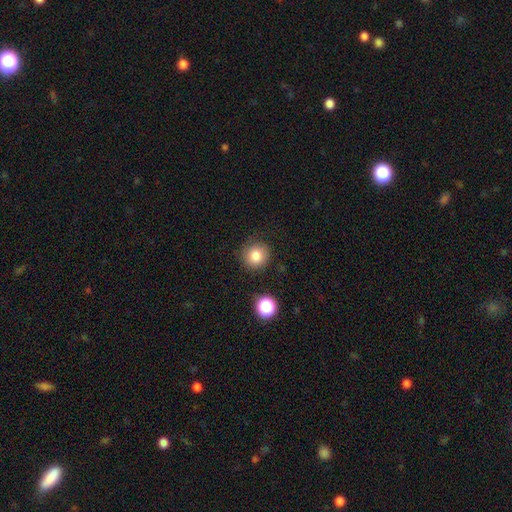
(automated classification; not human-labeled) smooth-or-featured: smooth: 82% | star or artifact: 11% | featured or disk: 7%
  how-rounded: round: 90% | in between: 9% | cigar-shaped: 1%
  merging: none: 83% | minor disturbance: 11% | major disturbance: 4% | merger: 2%